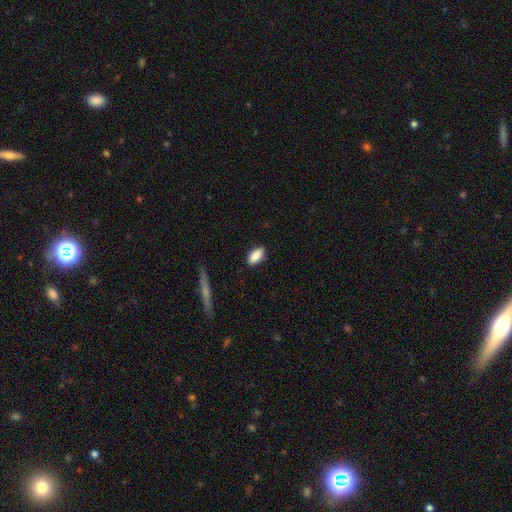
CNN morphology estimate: Smooth or featured?
  - smooth: 86% *
  - featured or disk: 8%
  - star or artifact: 6%
How rounded?
  - in between: 82% *
  - cigar-shaped: 15%
  - round: 3%
Merging?
  - none: 85% *
  - minor disturbance: 11%
  - major disturbance: 2%
  - merger: 1%